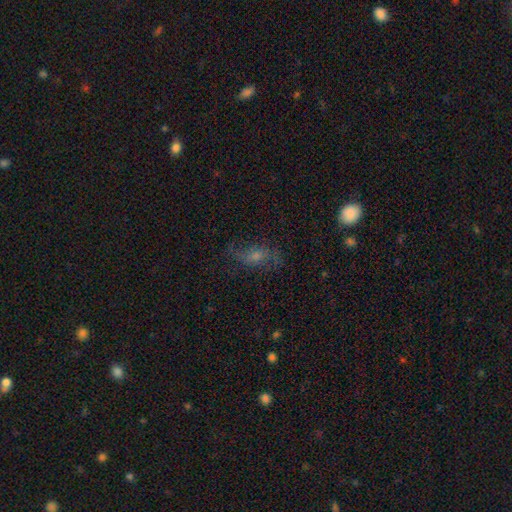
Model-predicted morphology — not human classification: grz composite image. It shows a featured or disk galaxy (49%). Merging: none (65%).